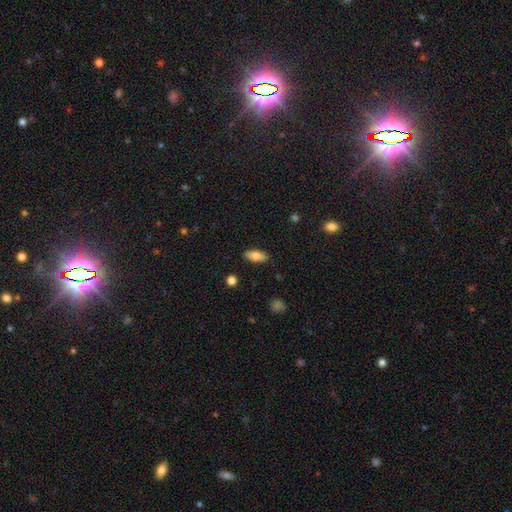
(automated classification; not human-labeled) Smooth or featured?
  - smooth: 78% *
  - featured or disk: 15%
  - star or artifact: 7%
How rounded?
  - in between: 84% *
  - cigar-shaped: 13%
  - round: 3%
Merging?
  - none: 87% *
  - minor disturbance: 10%
  - major disturbance: 2%
  - merger: 1%